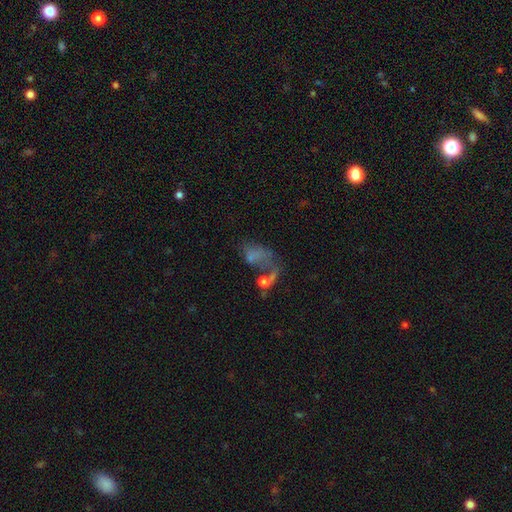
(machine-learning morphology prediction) The model was most divided on "smooth or featured": smooth: 43%, featured or disk: 38%, star or artifact: 19%. Remaining: merging — major disturbance (39%).